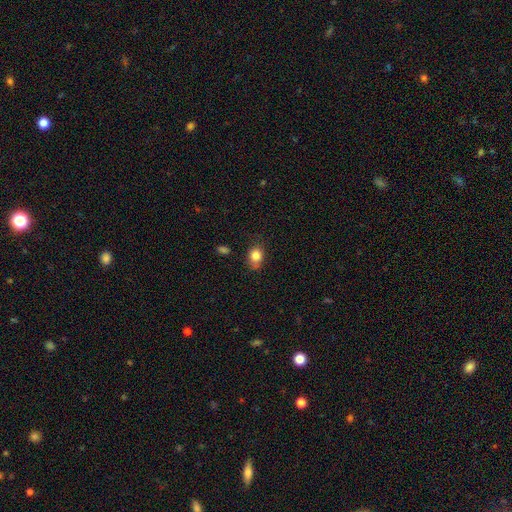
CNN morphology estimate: Smooth or featured: smooth — 82% (star or artifact — 10%)
How rounded: in between — 53% (round — 46%)
Merging: none — 67% (minor disturbance — 26%)